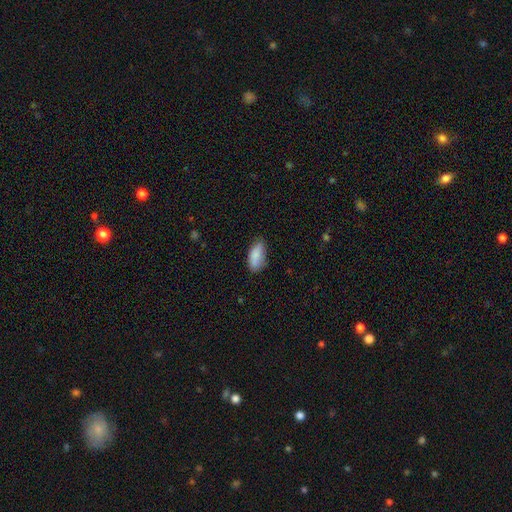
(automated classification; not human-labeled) Smooth or featured? Predicted: smooth (p=0.86). How rounded? Predicted: in between (p=0.89). Merging? Predicted: none (p=0.66).